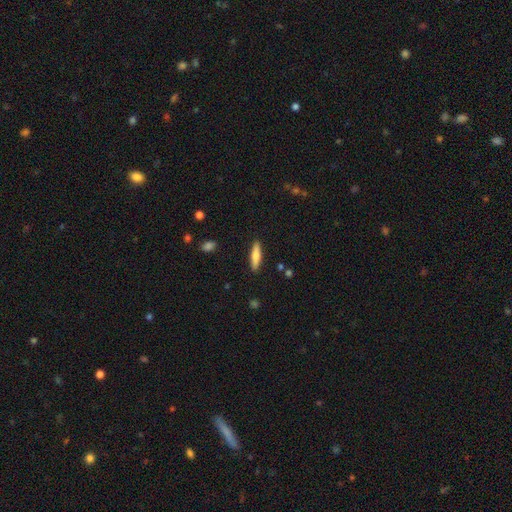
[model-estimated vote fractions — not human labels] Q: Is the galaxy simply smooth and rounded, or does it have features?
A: smooth — 68%.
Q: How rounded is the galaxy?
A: cigar-shaped — 74%.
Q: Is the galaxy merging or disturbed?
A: none — 89%.